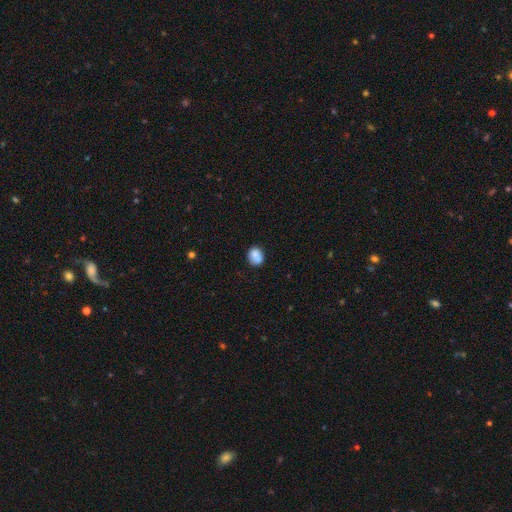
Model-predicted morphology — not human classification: Smooth or featured: smooth — 80% (featured or disk — 11%)
How rounded: round — 61% (in between — 38%)
Merging: none — 56% (merger — 21%)